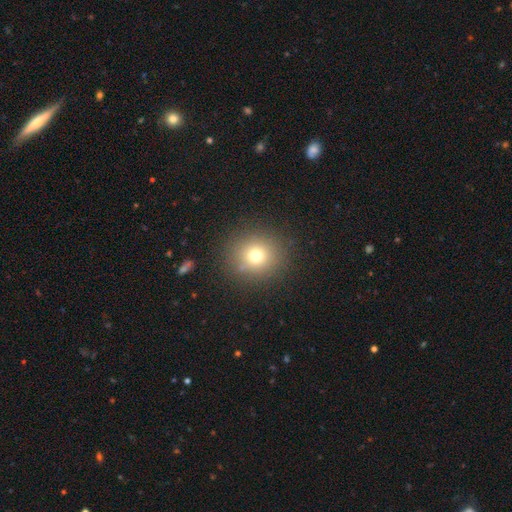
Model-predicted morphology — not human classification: smooth 72%, star or artifact 17%, featured or disk 11%. Down the decision tree: how rounded — round (88%); merging — none (87%).